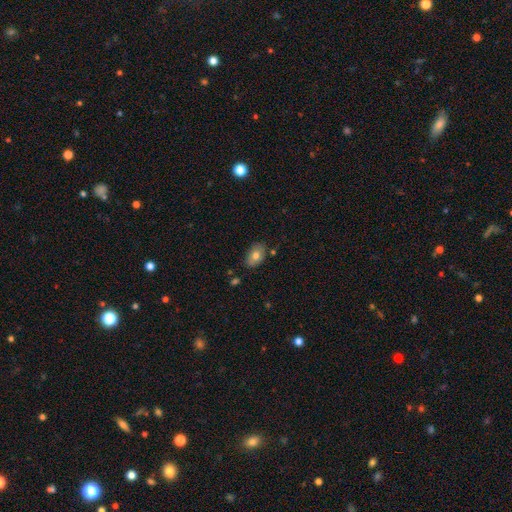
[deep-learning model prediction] smooth-or-featured: smooth: 74% | featured or disk: 18% | star or artifact: 8%
  how-rounded: in between: 87% | round: 12% | cigar-shaped: 1%
  merging: none: 79% | minor disturbance: 15% | merger: 3% | major disturbance: 3%